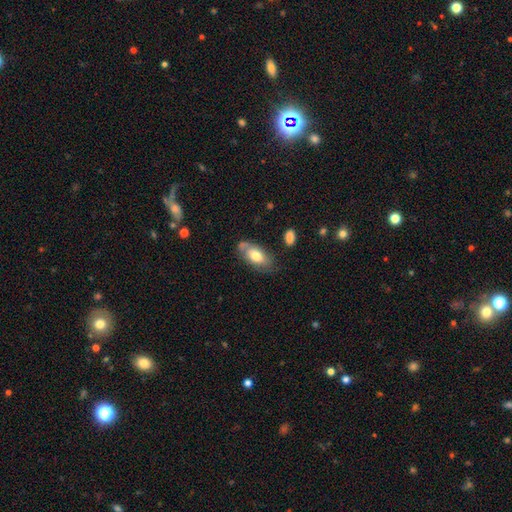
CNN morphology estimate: smooth 63%, featured or disk 30%, star or artifact 7%. Down the decision tree: how rounded — in between (91%); merging — none (59%).